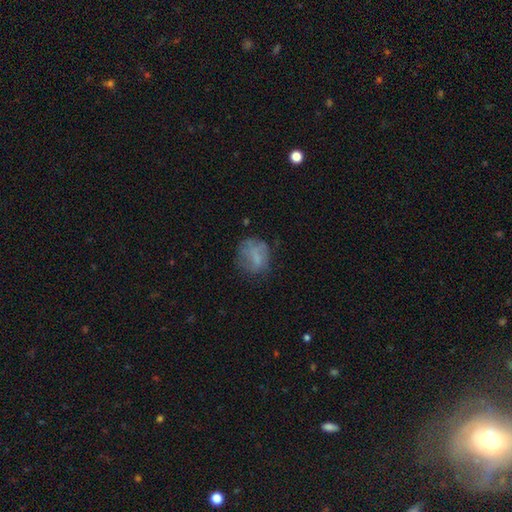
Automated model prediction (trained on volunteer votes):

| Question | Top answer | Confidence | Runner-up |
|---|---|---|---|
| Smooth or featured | smooth | 60% | featured or disk (28%) |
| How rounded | round | 64% | in between (35%) |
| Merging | none | 56% | minor disturbance (24%) |